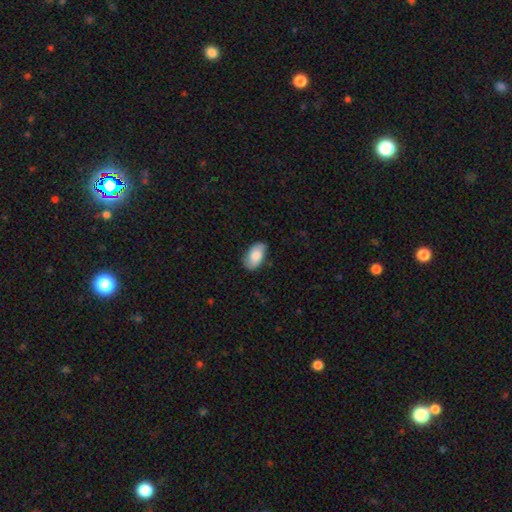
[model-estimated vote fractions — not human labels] Q: Smooth or featured?
A: smooth (78%); runner-up: featured or disk (16%)
Q: How rounded?
A: in between (94%); runner-up: round (4%)
Q: Merging?
A: none (80%); runner-up: minor disturbance (16%)